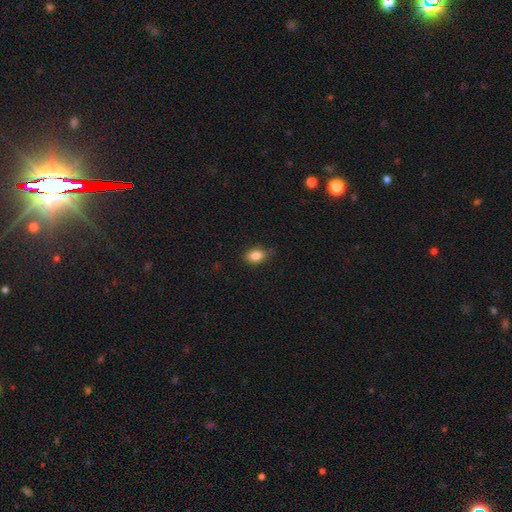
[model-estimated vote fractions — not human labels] Q: Smooth or featured?
A: smooth (84%); runner-up: star or artifact (9%)
Q: How rounded?
A: in between (77%); runner-up: round (21%)
Q: Merging?
A: none (73%); runner-up: minor disturbance (22%)